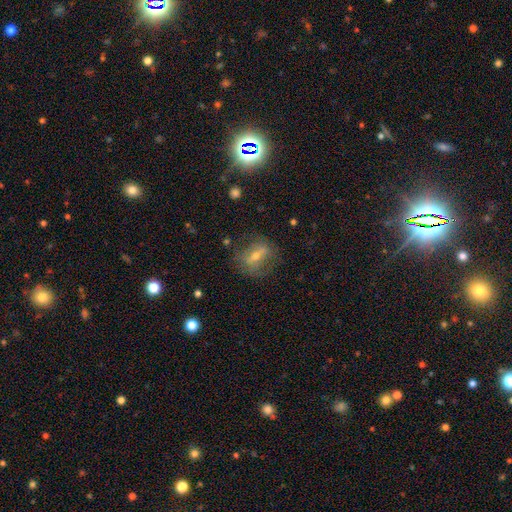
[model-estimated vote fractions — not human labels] smooth-or-featured: featured or disk: 52% | smooth: 37% | star or artifact: 11%
  disk-edge-on: no: 75% | yes: 25%
  merging: none: 67% | minor disturbance: 19% | major disturbance: 12% | merger: 2%